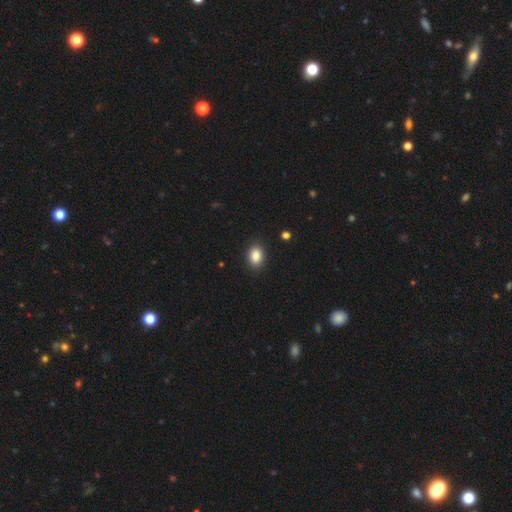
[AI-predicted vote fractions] smooth-or-featured: smooth: 87% | star or artifact: 8% | featured or disk: 4%
  how-rounded: in between: 76% | round: 23% | cigar-shaped: 1%
  merging: none: 89% | minor disturbance: 8% | major disturbance: 2% | merger: 1%